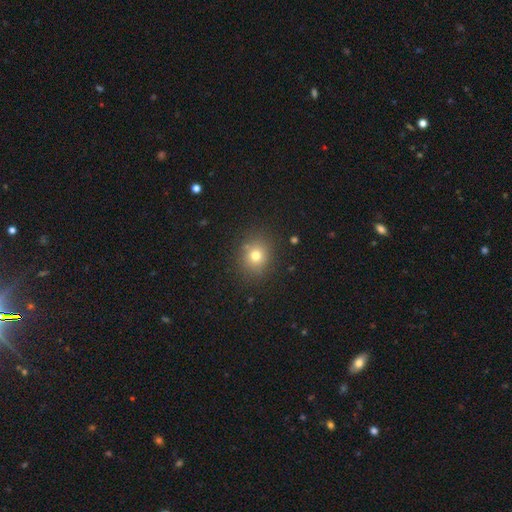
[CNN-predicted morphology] A smooth galaxy with no disk features (74%) that is round (76%).

Vote fractions:
- Smooth or featured? smooth: 74% / star or artifact: 16% / featured or disk: 10%
- How rounded? round: 76% / in between: 23% / cigar-shaped: 1%
- Merging? none: 85% / minor disturbance: 9% / major disturbance: 3% / merger: 2%